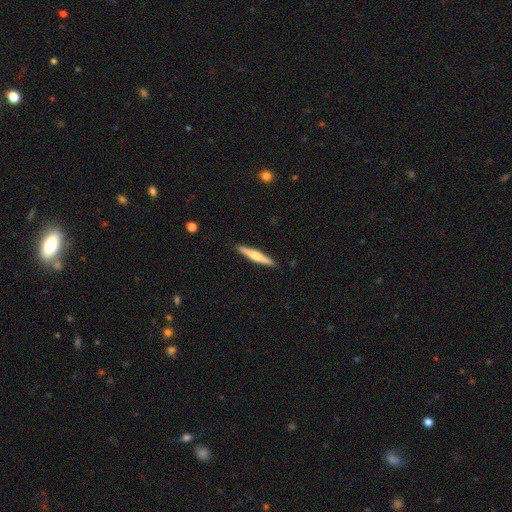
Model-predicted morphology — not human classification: This appears to be a smooth galaxy with no disk features (50%) that is cigar-shaped (93%). Merging: none (91%).